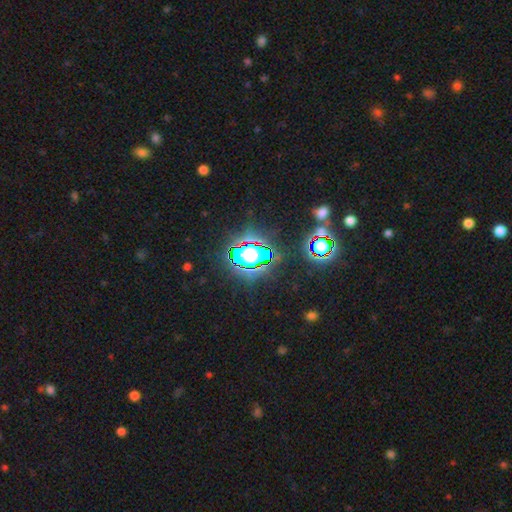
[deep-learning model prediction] Smooth or featured? star or artifact (68%)